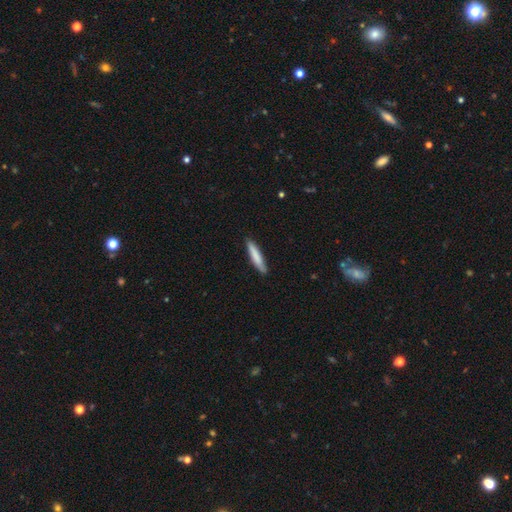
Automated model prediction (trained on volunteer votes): Smooth or featured? Predicted: smooth (p=0.78). How rounded? Predicted: cigar-shaped (p=0.90). Merging? Predicted: none (p=0.86).